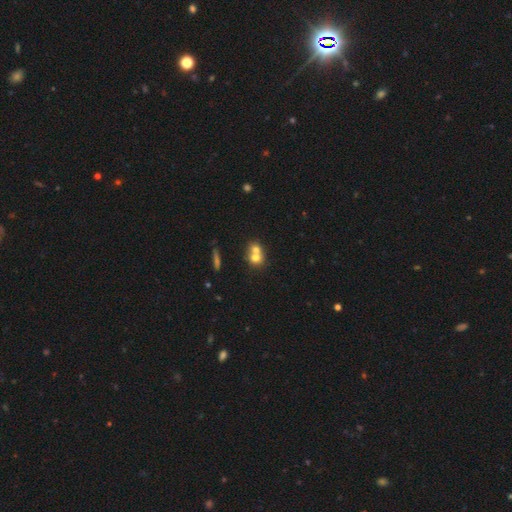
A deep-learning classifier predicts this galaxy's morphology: type=smooth (67%); roundness=round (71%); merging=merger (64%).